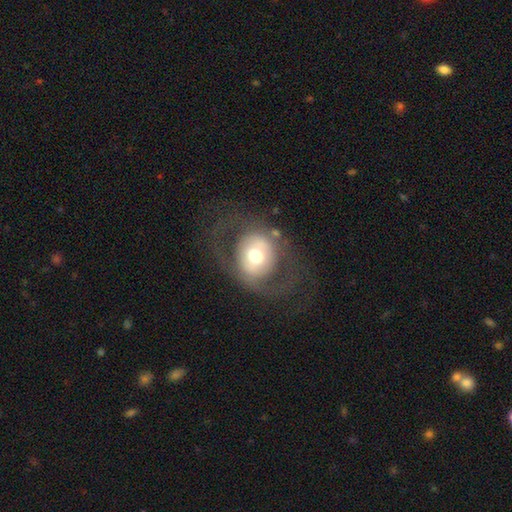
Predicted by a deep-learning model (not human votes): Q: Smooth or featured?
A: featured or disk (48%); runner-up: smooth (43%)
Q: Merging?
A: none (63%); runner-up: major disturbance (20%)